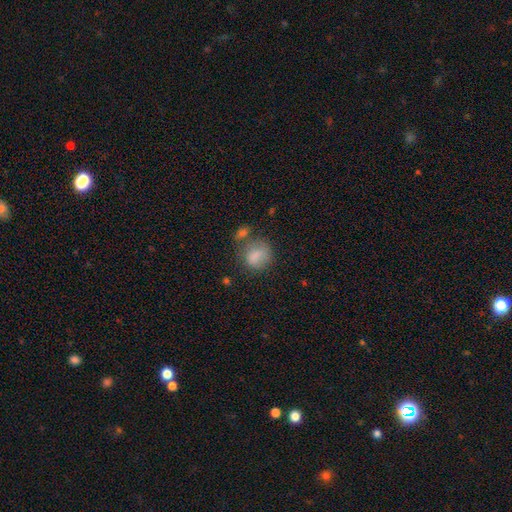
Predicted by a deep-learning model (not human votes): A smooth galaxy with no disk features (80%) that is round (63%).

Vote fractions:
- Smooth or featured? smooth: 80% / featured or disk: 11% / star or artifact: 10%
- How rounded? round: 63% / in between: 35% / cigar-shaped: 1%
- Merging? none: 52% / minor disturbance: 22% / merger: 13% / major disturbance: 13%